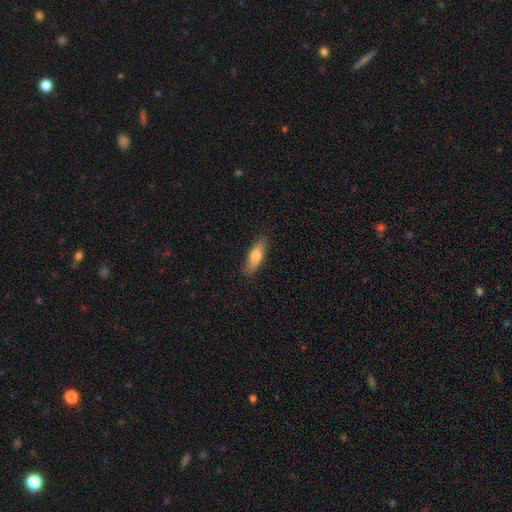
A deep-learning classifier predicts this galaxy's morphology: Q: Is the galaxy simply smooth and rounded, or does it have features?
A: smooth — 72%.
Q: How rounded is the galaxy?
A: in between — 59%.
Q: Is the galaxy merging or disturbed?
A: none — 83%.